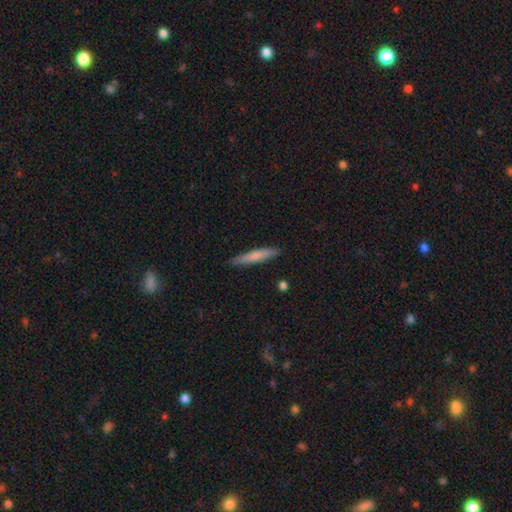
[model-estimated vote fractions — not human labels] This is likely a smooth galaxy (70%). How rounded: clearly cigar-shaped (93%). Merging: clearly none (89%).